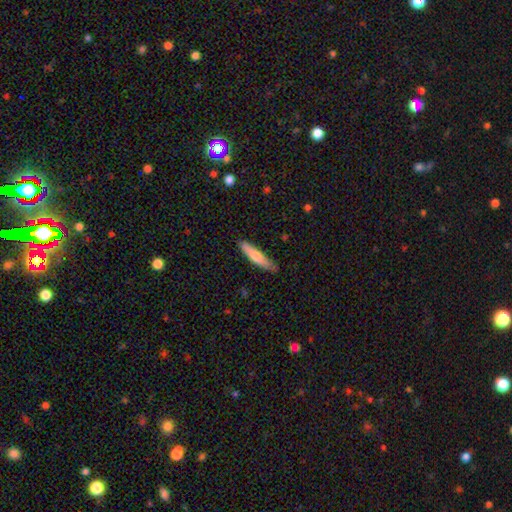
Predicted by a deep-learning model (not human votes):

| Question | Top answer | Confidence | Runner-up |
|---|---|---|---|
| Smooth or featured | smooth | 65% | featured or disk (30%) |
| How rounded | cigar-shaped | 84% | in between (14%) |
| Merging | none | 84% | minor disturbance (13%) |